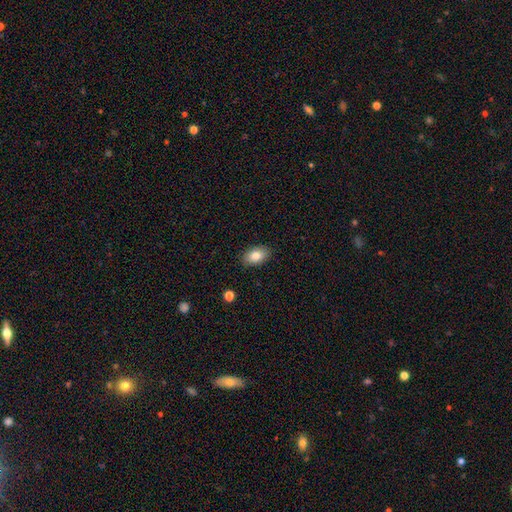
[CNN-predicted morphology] Smooth or featured?
  - smooth: 82% *
  - featured or disk: 10%
  - star or artifact: 8%
How rounded?
  - in between: 90% *
  - round: 9%
  - cigar-shaped: 1%
Merging?
  - none: 88% *
  - minor disturbance: 9%
  - major disturbance: 2%
  - merger: 1%